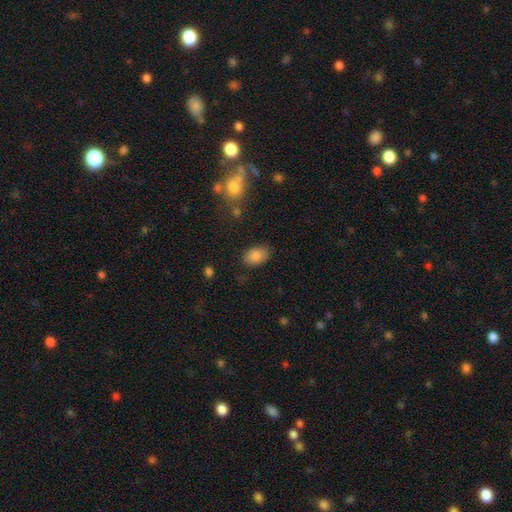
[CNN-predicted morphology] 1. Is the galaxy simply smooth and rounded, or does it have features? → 84% smooth, 9% star or artifact, 8% featured or disk.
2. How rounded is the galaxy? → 85% in between, 14% round, 1% cigar-shaped.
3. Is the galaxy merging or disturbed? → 83% none, 12% minor disturbance, 3% major disturbance, 2% merger.